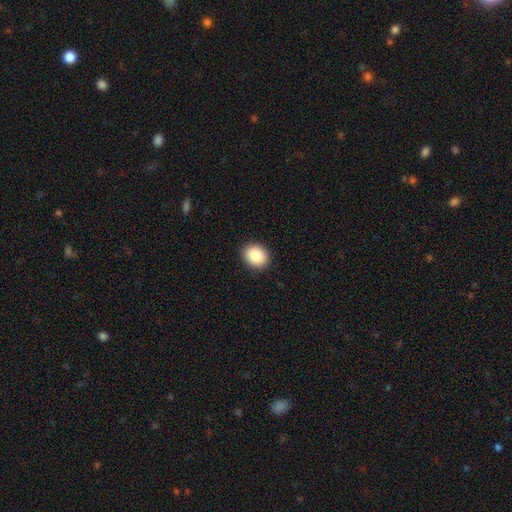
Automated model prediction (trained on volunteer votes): Morphology: type=smooth (88%); roundness=round (52%); merging=none (90%).